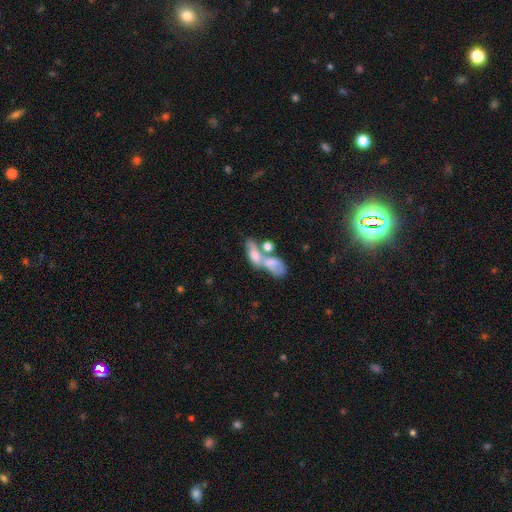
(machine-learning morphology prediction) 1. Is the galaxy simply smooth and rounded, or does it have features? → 55% smooth, 34% featured or disk, 10% star or artifact.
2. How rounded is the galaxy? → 73% in between, 19% cigar-shaped, 8% round.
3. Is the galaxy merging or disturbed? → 66% merger, 16% none, 10% major disturbance, 8% minor disturbance.